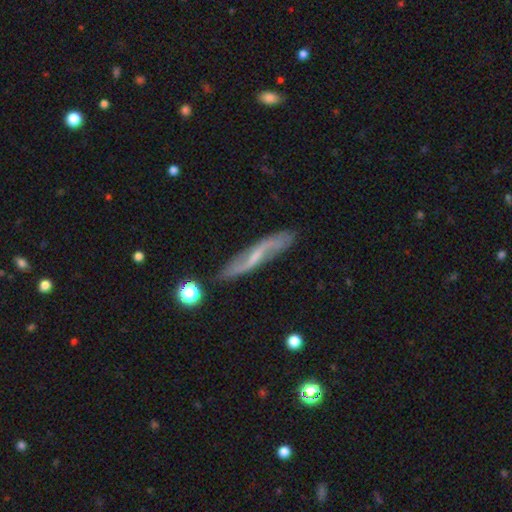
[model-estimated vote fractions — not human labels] A featured or disk galaxy (73%) with a weak bar (45%), spiral arms (90%) and a small central bulge (57%). Merging: none (78%).